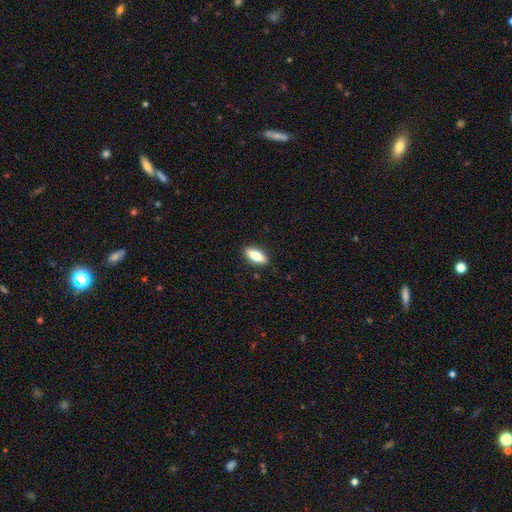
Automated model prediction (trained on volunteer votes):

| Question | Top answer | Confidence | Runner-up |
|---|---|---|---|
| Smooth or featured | smooth | 75% | featured or disk (19%) |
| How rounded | in between | 75% | cigar-shaped (22%) |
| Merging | none | 89% | minor disturbance (8%) |